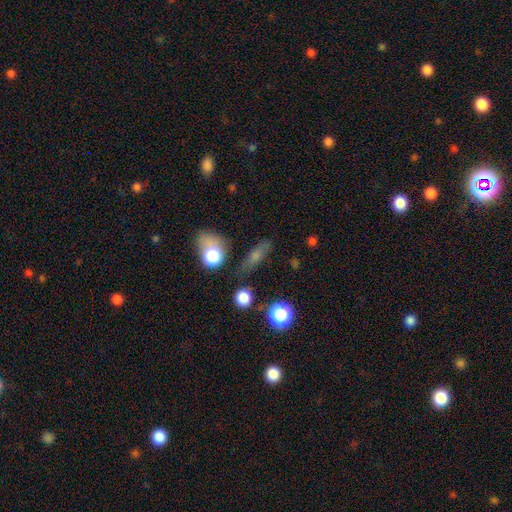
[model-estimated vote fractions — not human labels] Smooth or featured?
  - smooth: 55% *
  - featured or disk: 25%
  - star or artifact: 20%
How rounded?
  - in between: 42% *
  - cigar-shaped: 39%
  - round: 18%
Merging?
  - none: 71% *
  - minor disturbance: 16%
  - major disturbance: 7%
  - merger: 6%